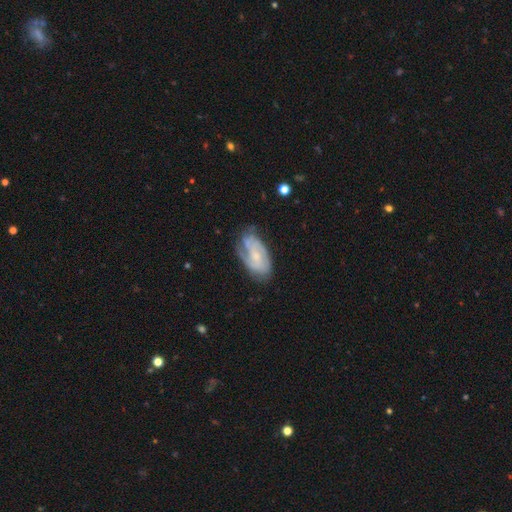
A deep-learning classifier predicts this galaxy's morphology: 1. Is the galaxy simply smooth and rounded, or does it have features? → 73% featured or disk, 20% smooth, 6% star or artifact.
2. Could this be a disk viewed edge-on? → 95% no, 5% yes.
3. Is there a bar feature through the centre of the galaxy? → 54% no, 37% weak, 9% strong.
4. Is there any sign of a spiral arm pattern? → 90% yes, 10% no.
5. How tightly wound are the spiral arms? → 49% tight, 38% medium, 13% loose.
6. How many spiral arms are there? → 41% 2, 29% can't tell, 17% 3, 6% 1, 4% 4, 3% more than 4.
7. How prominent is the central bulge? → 59% small, 29% moderate, 9% none, 2% large, 1% dominant.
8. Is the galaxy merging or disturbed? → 62% none, 26% minor disturbance, 11% major disturbance, 2% merger.